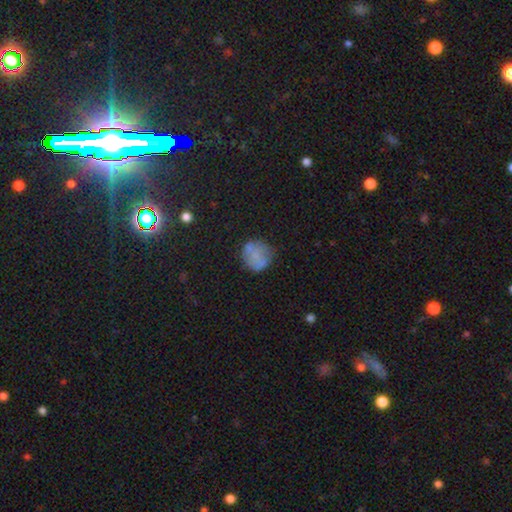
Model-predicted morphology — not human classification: smooth 65%, featured or disk 23%, star or artifact 12%. Down the decision tree: how rounded — round (83%); merging — none (61%).